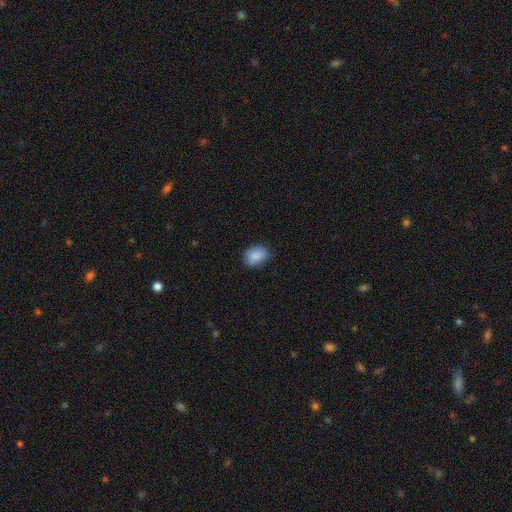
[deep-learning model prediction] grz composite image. It shows a smooth galaxy with no disk features (85%) that is in between round and cigar-shaped (65%). Merging: none (75%).